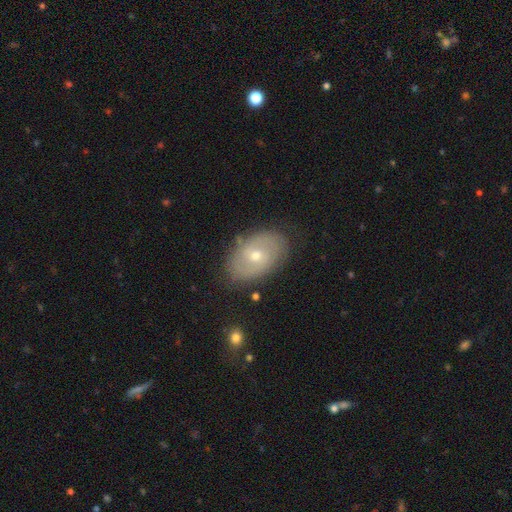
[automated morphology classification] This appears to be a featured or disk galaxy (65%) with no bar (62%), spiral arms (71%) and a moderate central bulge (54%). Merging: none (81%).